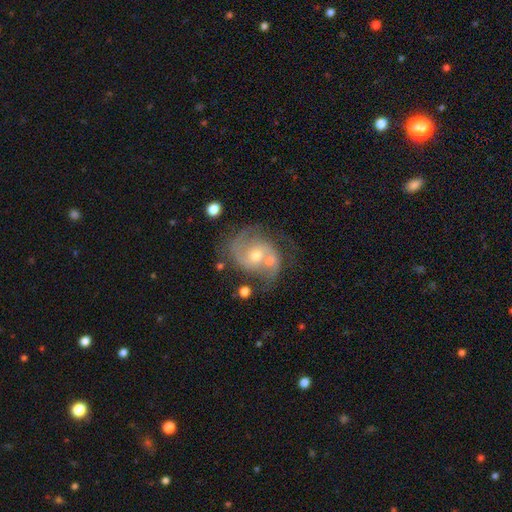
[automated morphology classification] Smooth or featured: featured or disk — 84% (smooth — 9%)
Edge-on disk: no — 98% (yes — 2%)
Bar: no — 58% (weak — 34%)
Spiral arms: yes — 93% (no — 7%)
Spiral winding: medium — 51% (tight — 31%)
Spiral arm count: 2 — 74% (can't tell — 10%)
Bulge size: moderate — 54% (small — 41%)
Merging: none — 45% (merger — 31%)